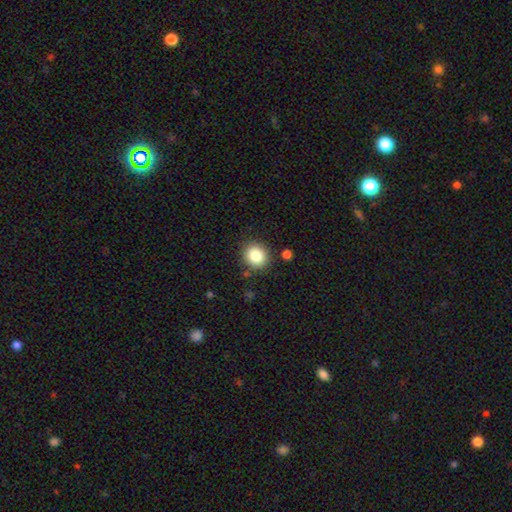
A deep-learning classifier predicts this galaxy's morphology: smooth-or-featured: smooth: 83% | star or artifact: 10% | featured or disk: 7%
  how-rounded: round: 84% | in between: 15% | cigar-shaped: 1%
  merging: none: 87% | minor disturbance: 8% | merger: 3% | major disturbance: 2%